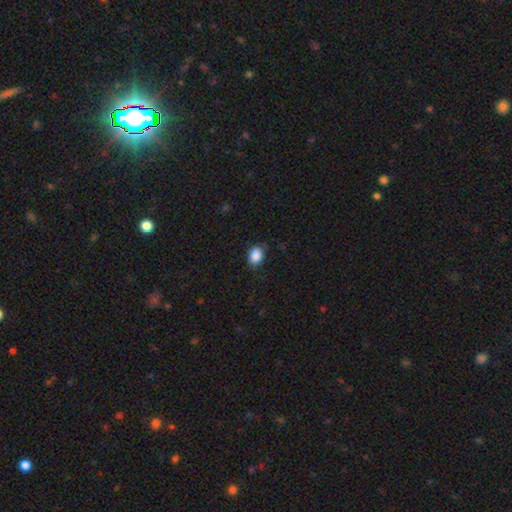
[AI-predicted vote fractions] smooth_or_featured: smooth (p=0.88) [alt: star or artifact p=0.08]
how_rounded: in between (p=0.75) [alt: round p=0.24]
merging: none (p=0.79) [alt: minor disturbance p=0.17]